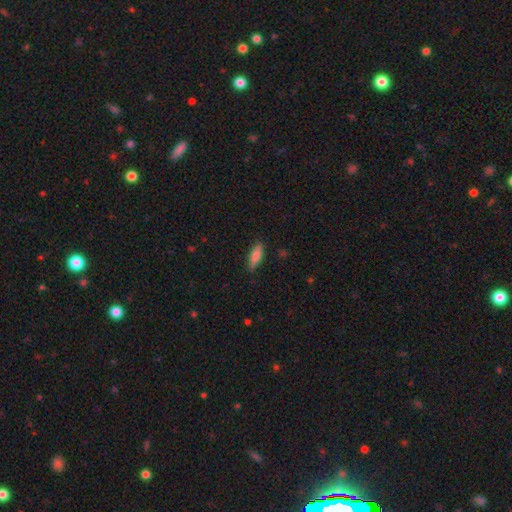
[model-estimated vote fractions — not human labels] Q: Smooth or featured?
A: smooth (75%); runner-up: featured or disk (18%)
Q: How rounded?
A: cigar-shaped (51%); runner-up: in between (47%)
Q: Merging?
A: none (84%); runner-up: minor disturbance (12%)